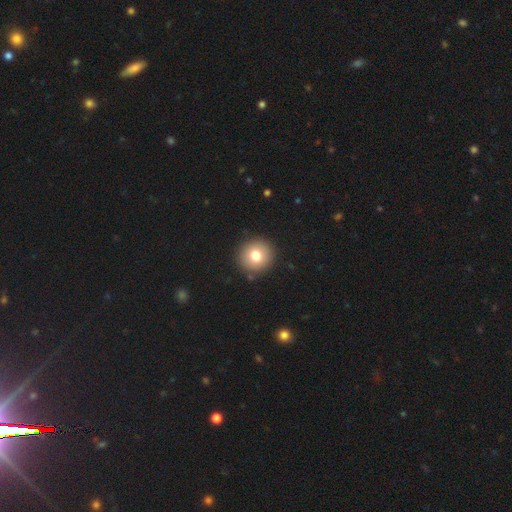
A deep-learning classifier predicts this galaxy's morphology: type=smooth (77%); roundness=round (93%); merging=none (90%).